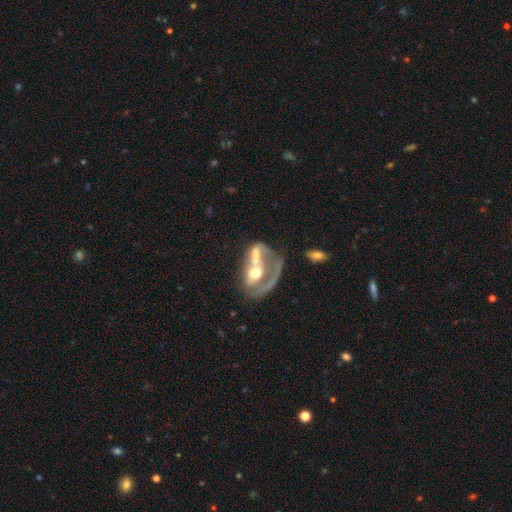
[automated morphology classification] The model was most divided on "smooth or featured": featured or disk: 59%, smooth: 32%, star or artifact: 9%. More confident: edge-on disk — no (94%); bar — no (72%); spiral arms — no (68%); bulge size — moderate (60%); merging — merger (55%).